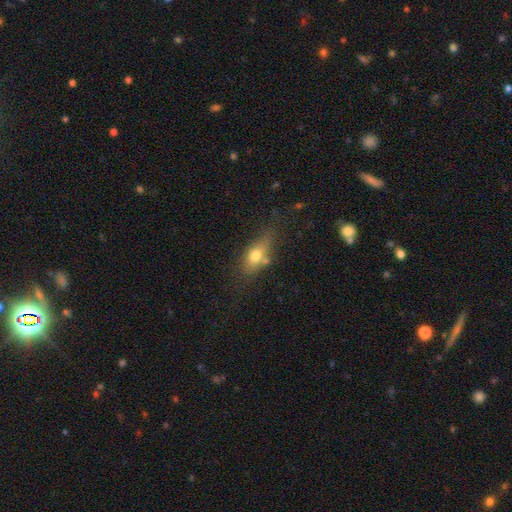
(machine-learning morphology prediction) This appears to be a smooth galaxy with no disk features (70%) that is in between round and cigar-shaped (75%). Merging: none (50%).